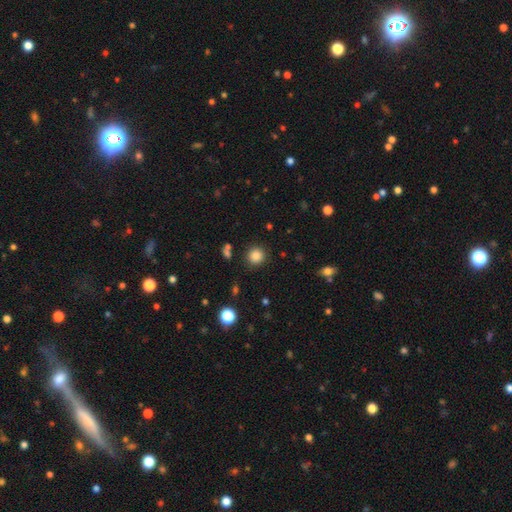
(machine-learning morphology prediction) This is clearly a smooth galaxy (84%). How rounded: clearly round (92%). Merging: clearly none (88%).